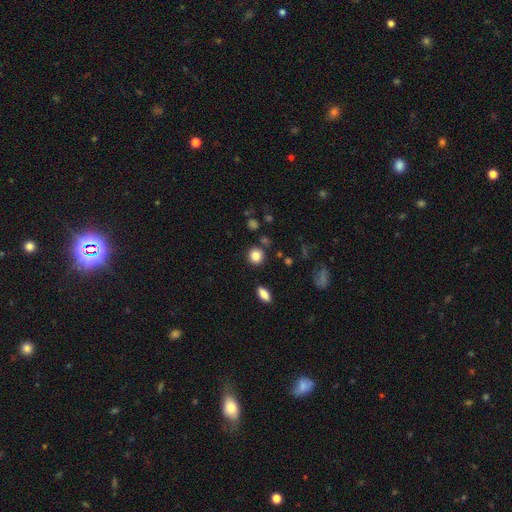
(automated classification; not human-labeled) Smooth or featured: smooth — 85% (star or artifact — 10%)
How rounded: round — 87% (in between — 12%)
Merging: none — 86% (minor disturbance — 7%)